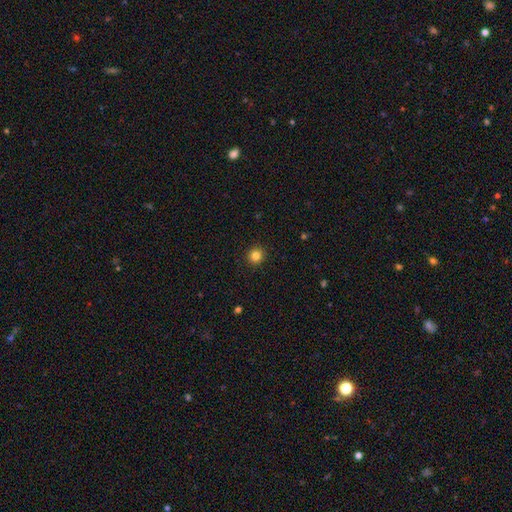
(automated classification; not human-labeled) Smooth or featured? smooth (83%)
How rounded? round (92%)
Merging? none (92%)